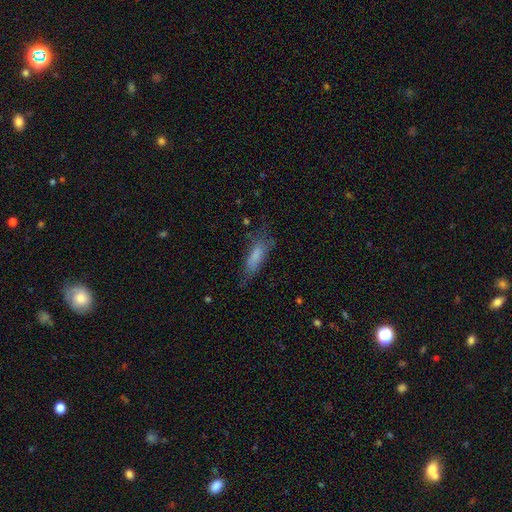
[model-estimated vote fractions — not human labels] smooth 68%, featured or disk 24%, star or artifact 9%. Down the decision tree: how rounded — cigar-shaped (51%); merging — none (55%).